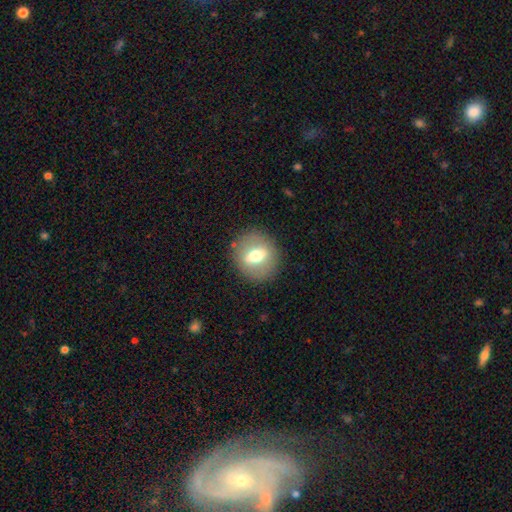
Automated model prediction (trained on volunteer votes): Smooth or featured: smooth — 51% (featured or disk — 41%)
How rounded: round — 76% (in between — 22%)
Merging: none — 86% (minor disturbance — 9%)